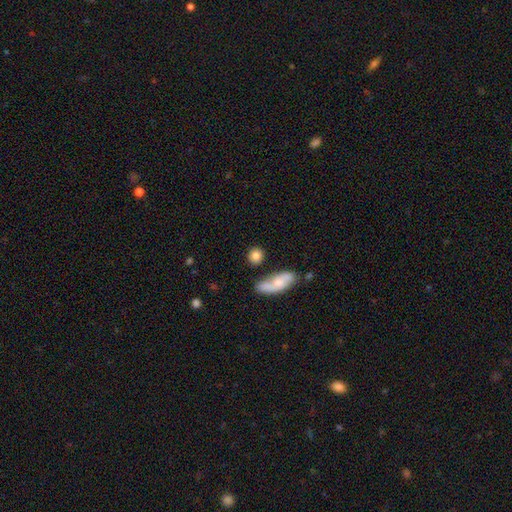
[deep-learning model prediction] A smooth galaxy with no disk features (83%) that is round (76%).

Vote fractions:
- Smooth or featured? smooth: 83% / featured or disk: 9% / star or artifact: 8%
- How rounded? round: 76% / in between: 20% / cigar-shaped: 3%
- Merging? none: 76% / minor disturbance: 11% / merger: 9% / major disturbance: 4%